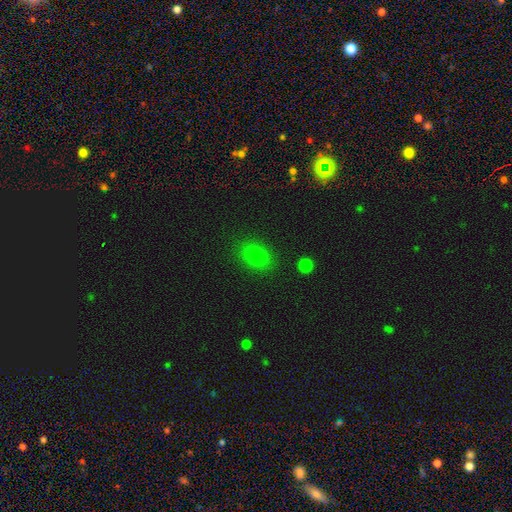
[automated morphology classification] Overall: smooth (78%). How rounded: in between (63%; round 35%). Merging: none (84%).